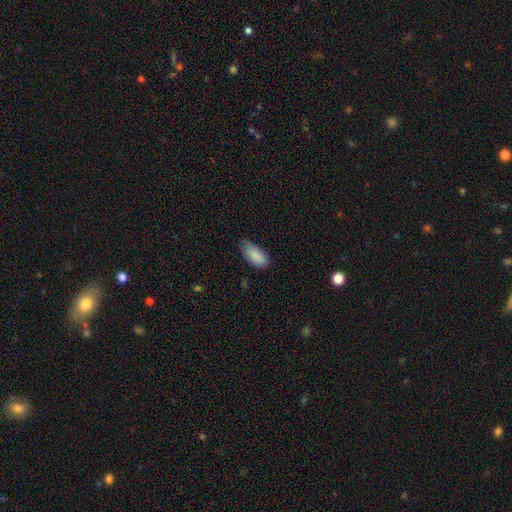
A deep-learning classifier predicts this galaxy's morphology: This appears to be a smooth galaxy with no disk features (88%) that is in between round and cigar-shaped (88%). Merging: none (66%).